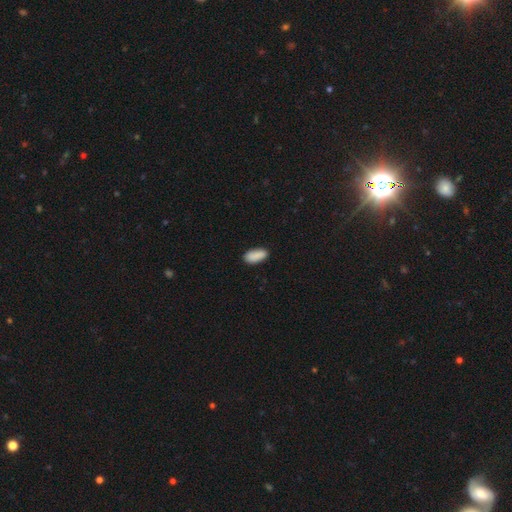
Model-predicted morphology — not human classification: smooth_or_featured: smooth (p=0.89) [alt: star or artifact p=0.07]
how_rounded: in between (p=0.88) [alt: cigar-shaped p=0.10]
merging: none (p=0.84) [alt: minor disturbance p=0.13]